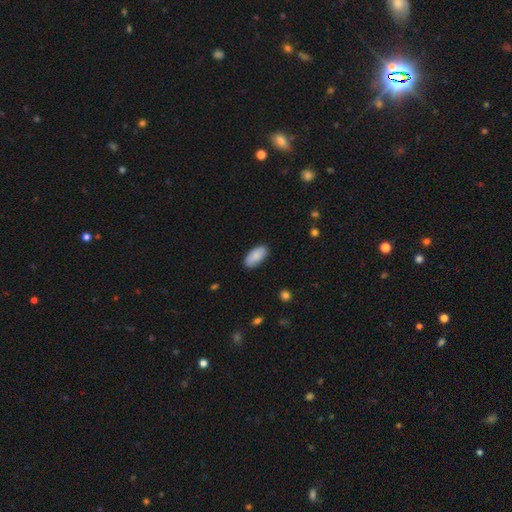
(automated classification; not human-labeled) Smooth or featured? Predicted: smooth (p=0.87). How rounded? Predicted: in between (p=0.93). Merging? Predicted: none (p=0.87).